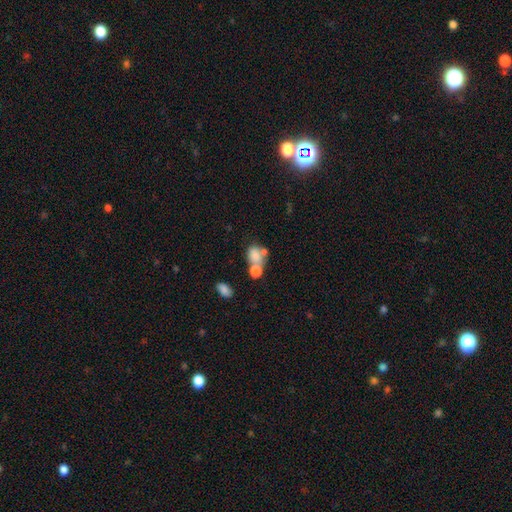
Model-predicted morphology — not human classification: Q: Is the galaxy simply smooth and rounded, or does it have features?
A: smooth — 74%.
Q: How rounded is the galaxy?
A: in between — 65%.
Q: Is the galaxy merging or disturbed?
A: merger — 47%.